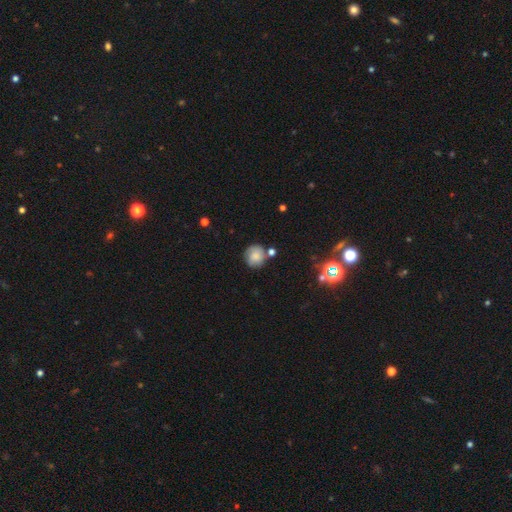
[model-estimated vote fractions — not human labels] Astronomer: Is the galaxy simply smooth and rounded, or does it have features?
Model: smooth — 76%.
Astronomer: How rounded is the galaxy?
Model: round — 90%.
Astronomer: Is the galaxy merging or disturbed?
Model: none — 71%.